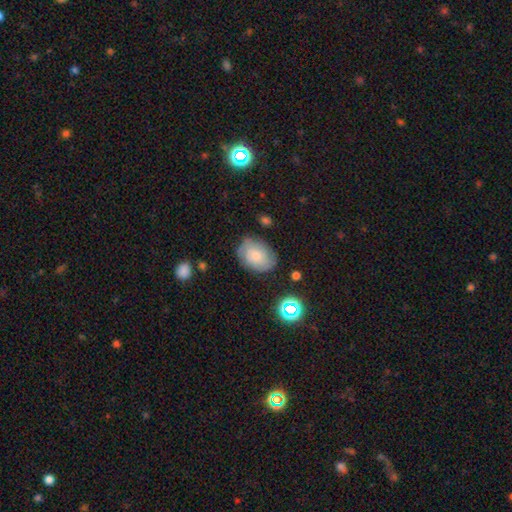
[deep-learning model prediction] A smooth galaxy with no disk features (64%) that is in between round and cigar-shaped (74%). Merging: none (73%).